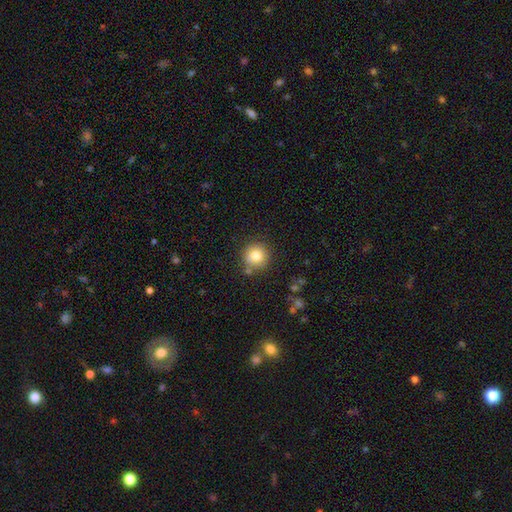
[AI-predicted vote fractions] smooth_or_featured: smooth (p=0.80) [alt: star or artifact p=0.11]
how_rounded: round (p=0.93) [alt: in between p=0.06]
merging: none (p=0.80) [alt: minor disturbance p=0.11]